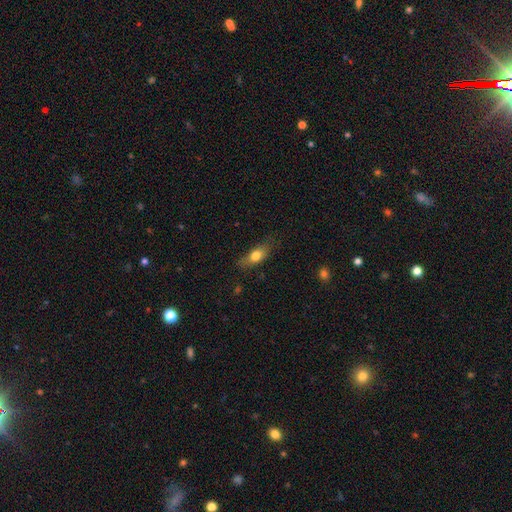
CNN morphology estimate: This appears to be a smooth galaxy with no disk features (72%) that is in between round and cigar-shaped (69%). Merging: none (70%).